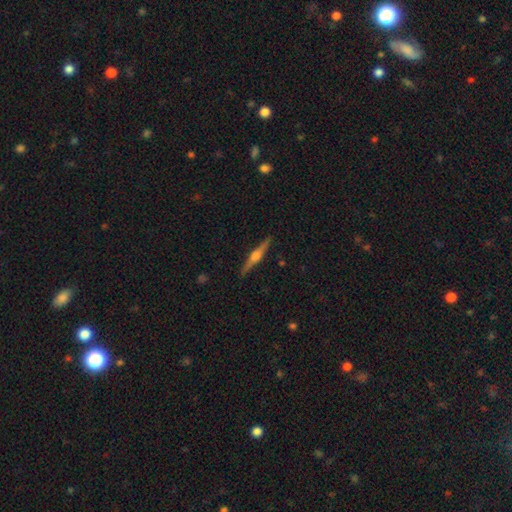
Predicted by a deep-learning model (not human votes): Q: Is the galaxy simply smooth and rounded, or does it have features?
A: featured or disk — 73%.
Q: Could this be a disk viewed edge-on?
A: yes — 98%.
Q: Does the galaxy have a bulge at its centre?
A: rounded — 87%.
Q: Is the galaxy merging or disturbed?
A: none — 90%.